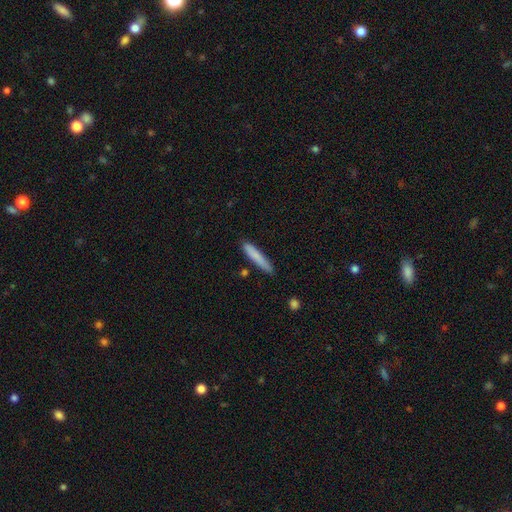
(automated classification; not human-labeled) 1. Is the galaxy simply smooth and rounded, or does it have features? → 81% smooth, 13% featured or disk, 6% star or artifact.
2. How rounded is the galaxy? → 92% cigar-shaped, 7% in between, 1% round.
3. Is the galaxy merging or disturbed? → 83% none, 12% minor disturbance, 3% merger, 2% major disturbance.